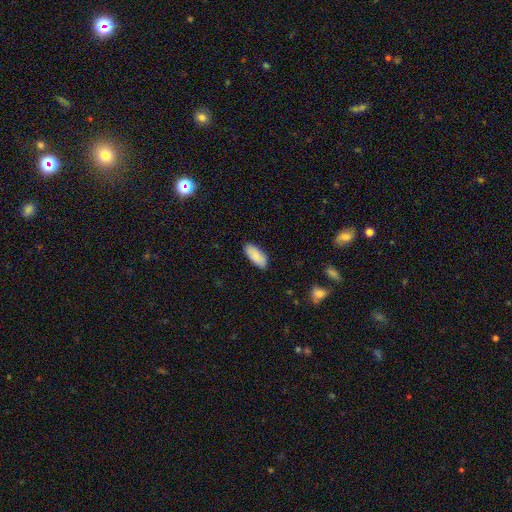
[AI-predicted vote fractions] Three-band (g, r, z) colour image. It shows a smooth galaxy with no disk features (88%) that is in between round and cigar-shaped (87%). Merging: none (87%).